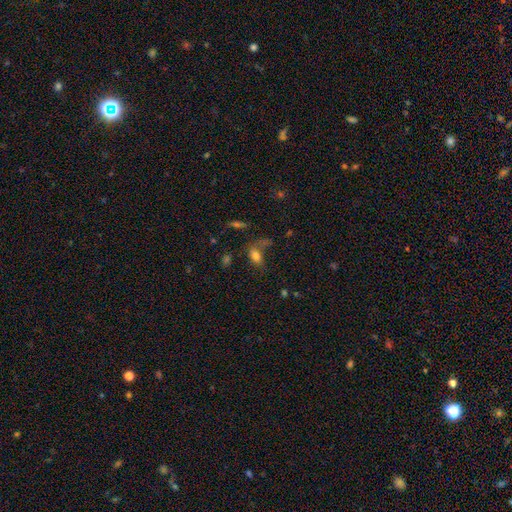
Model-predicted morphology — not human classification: This is likely a smooth galaxy (77%). How rounded: clearly in between (85%). Merging: possibly none (50%).